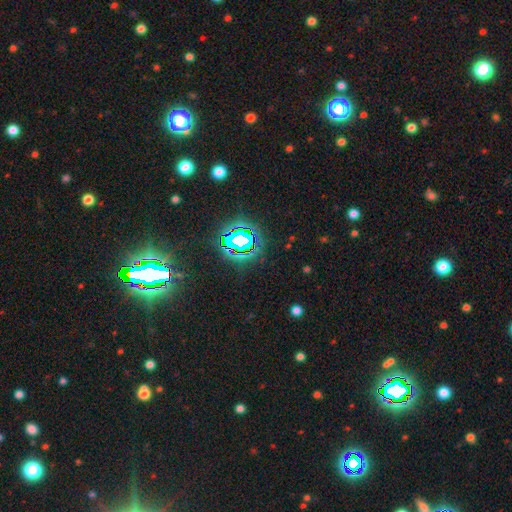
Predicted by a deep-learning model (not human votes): Smooth or featured? star or artifact (83%)